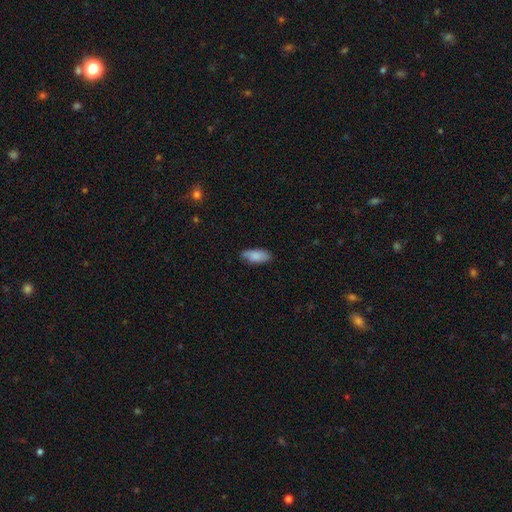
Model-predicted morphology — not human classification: smooth-or-featured: smooth: 86% | featured or disk: 8% | star or artifact: 6%
  how-rounded: in between: 82% | cigar-shaped: 16% | round: 2%
  merging: none: 80% | minor disturbance: 16% | major disturbance: 3% | merger: 1%